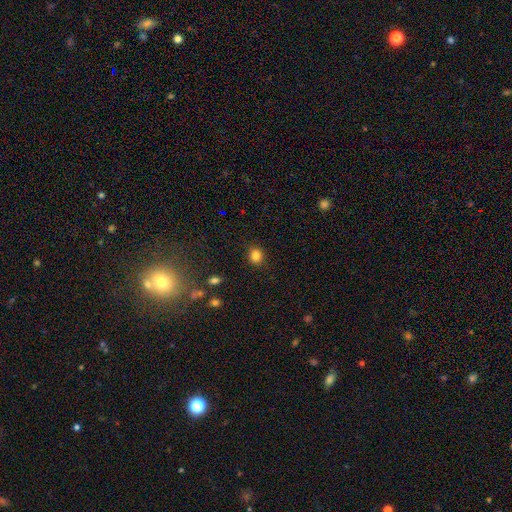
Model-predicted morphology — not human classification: type=smooth (83%); roundness=round (79%); merging=none (87%).